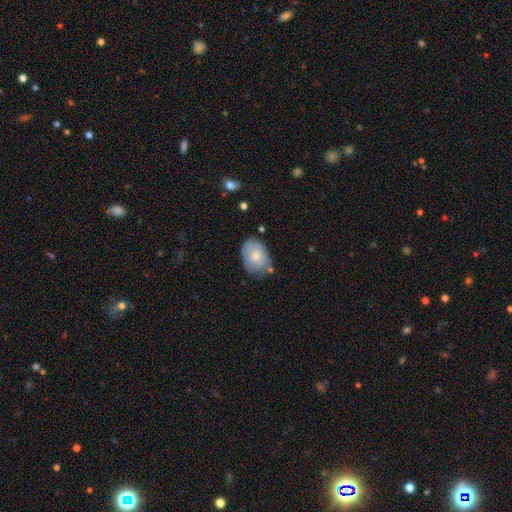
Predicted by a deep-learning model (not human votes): Morphology: type=smooth (65%); roundness=in between (78%); merging=none (59%).